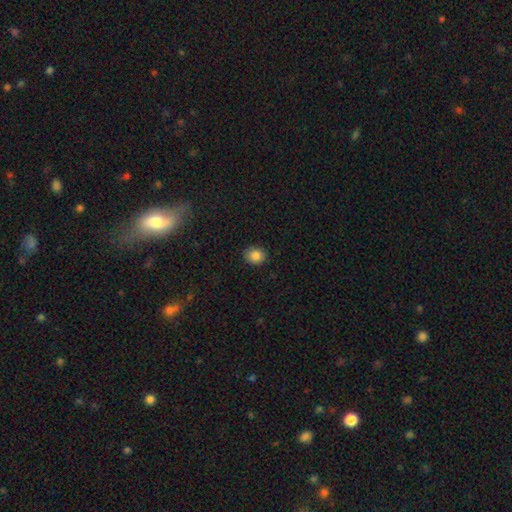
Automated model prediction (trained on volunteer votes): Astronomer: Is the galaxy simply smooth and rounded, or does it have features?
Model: smooth — 85%.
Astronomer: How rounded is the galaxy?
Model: round — 61% (runner-up: in between, 38%).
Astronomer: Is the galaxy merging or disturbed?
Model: none — 88%.